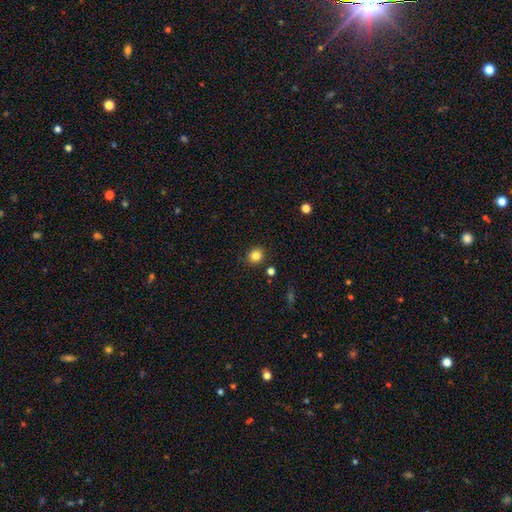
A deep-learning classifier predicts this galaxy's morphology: Smooth or featured? smooth (83%)
How rounded? round (84%)
Merging? none (88%)